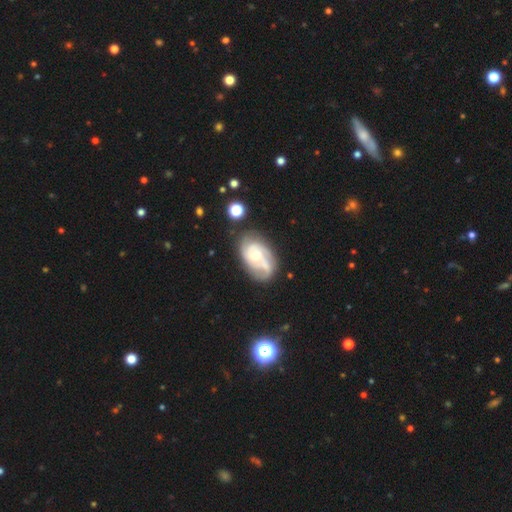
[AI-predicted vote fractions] smooth_or_featured: featured or disk (p=0.76) [alt: smooth p=0.17]
disk_edge_on: no (p=0.96) [alt: yes p=0.04]
bar: no (p=0.68) [alt: weak p=0.27]
has_spiral_arms: yes (p=0.90) [alt: no p=0.10]
spiral_winding: tight (p=0.46) [alt: medium p=0.39]
spiral_arm_count: 2 (p=0.32) [alt: can't tell p=0.28]
bulge_size: moderate (p=0.52) [alt: small p=0.41]
merging: none (p=0.62) [alt: minor disturbance p=0.22]